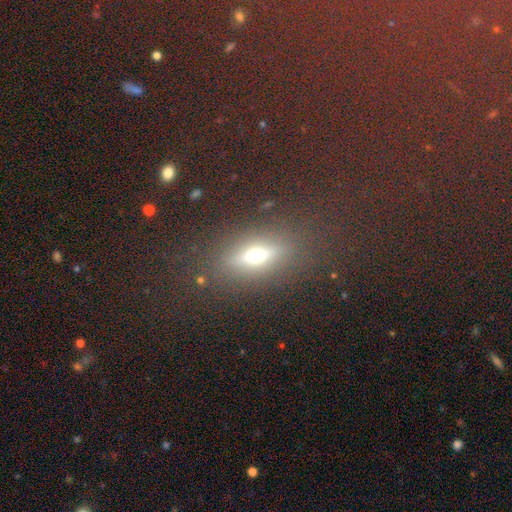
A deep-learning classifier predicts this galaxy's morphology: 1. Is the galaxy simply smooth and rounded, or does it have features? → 44% smooth, 39% featured or disk, 17% star or artifact.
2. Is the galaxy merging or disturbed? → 84% none, 9% minor disturbance, 5% major disturbance, 2% merger.